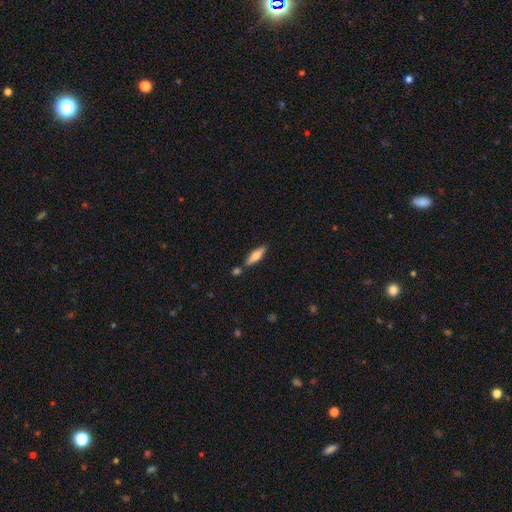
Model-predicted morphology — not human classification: This is likely a smooth galaxy (62%). How rounded: possibly cigar-shaped (59%). Merging: likely none (75%).